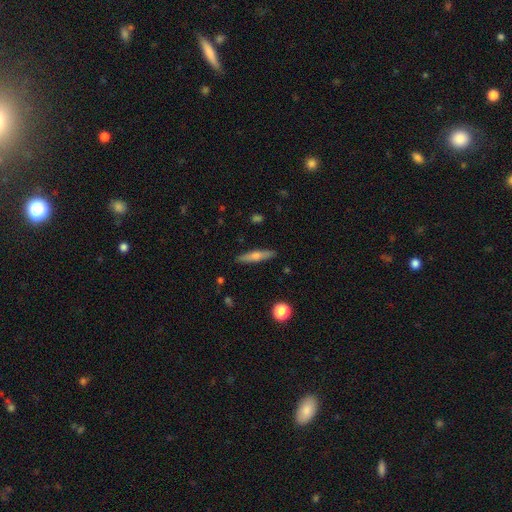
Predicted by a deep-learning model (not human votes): This appears to be a smooth galaxy with no disk features (52%) that is cigar-shaped (85%). Merging: none (89%).